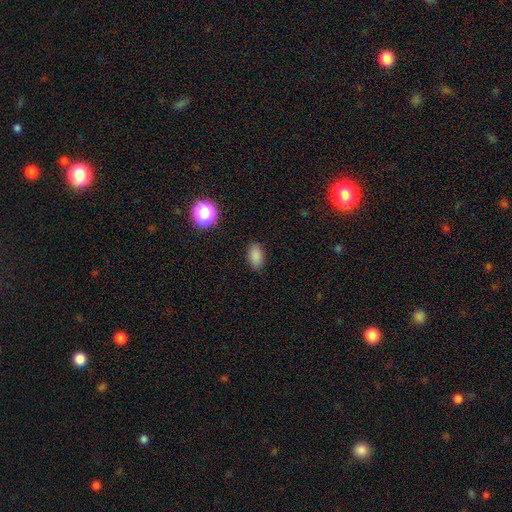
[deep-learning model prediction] Smooth or featured? smooth (85%)
How rounded? in between (90%)
Merging? none (86%)